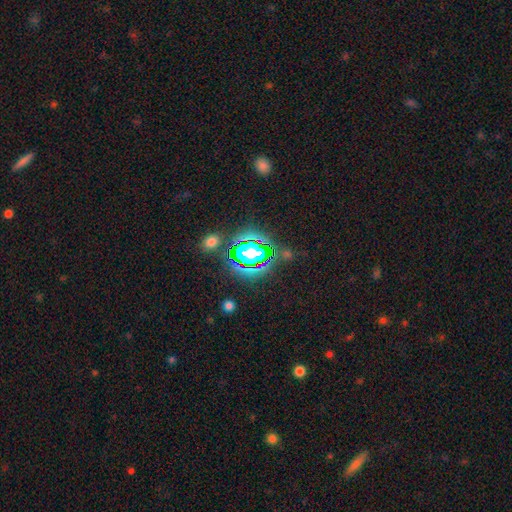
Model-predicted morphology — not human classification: smooth_or_featured: star or artifact (p=0.79) [alt: smooth p=0.14]